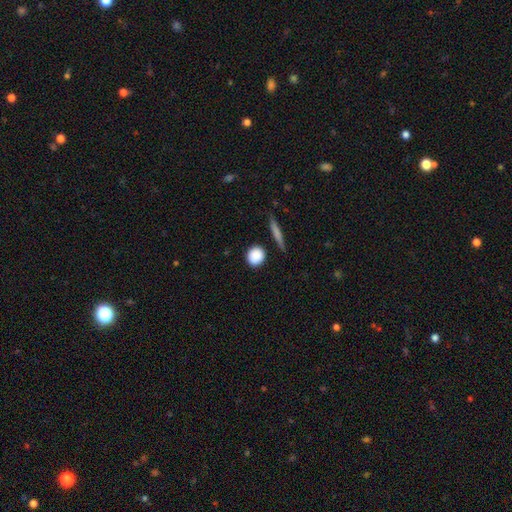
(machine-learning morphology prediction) Smooth or featured? Predicted: smooth (p=0.88). How rounded? Predicted: round (p=0.85). Merging? Predicted: none (p=0.85).